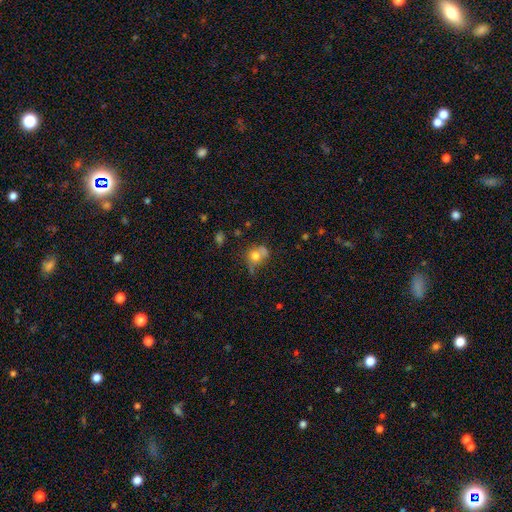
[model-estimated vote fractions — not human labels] smooth 70%, featured or disk 17%, star or artifact 13%. Down the decision tree: how rounded — round (68%); merging — none (37%).